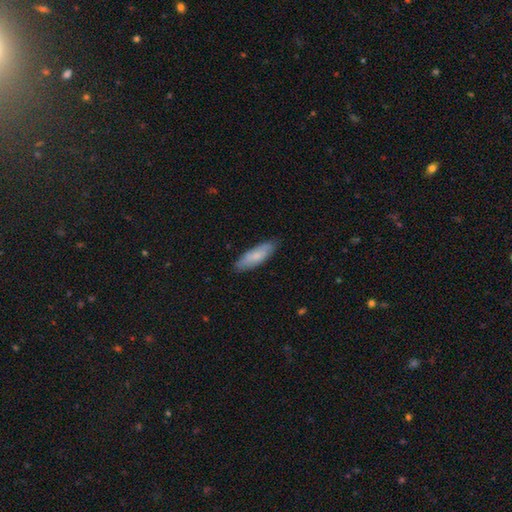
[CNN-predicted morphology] Smooth or featured?
  - smooth: 73% *
  - featured or disk: 22%
  - star or artifact: 5%
How rounded?
  - in between: 52% *
  - cigar-shaped: 46%
  - round: 2%
Merging?
  - none: 83% *
  - minor disturbance: 14%
  - major disturbance: 2%
  - merger: 1%